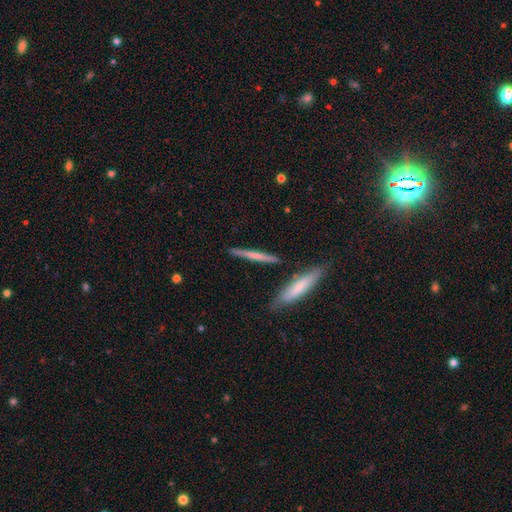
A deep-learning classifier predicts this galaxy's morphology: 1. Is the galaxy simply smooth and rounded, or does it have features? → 51% smooth, 43% featured or disk, 6% star or artifact.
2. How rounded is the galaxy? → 94% cigar-shaped, 4% in between, 2% round.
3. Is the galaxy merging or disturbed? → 85% none, 9% minor disturbance, 4% merger, 2% major disturbance.